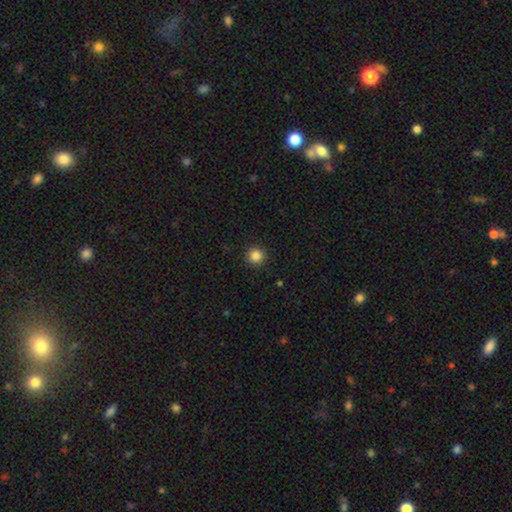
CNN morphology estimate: Smooth or featured: smooth — 84% (star or artifact — 12%)
How rounded: round — 96% (in between — 3%)
Merging: none — 93% (minor disturbance — 5%)